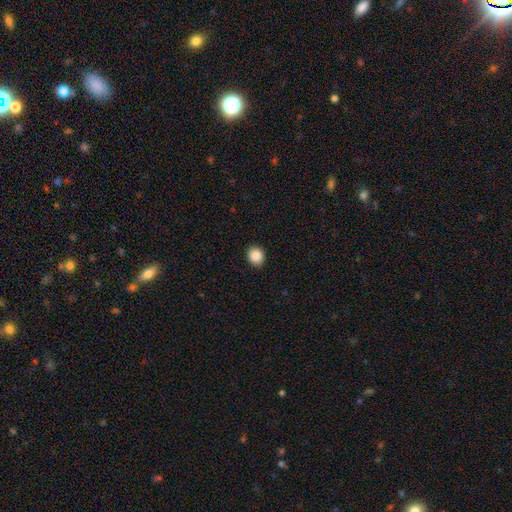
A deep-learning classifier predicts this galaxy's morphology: The model was most divided on "how rounded": round: 77%, in between: 22%, cigar-shaped: 1%. More confident: merging — none (91%); smooth or featured — smooth (88%).